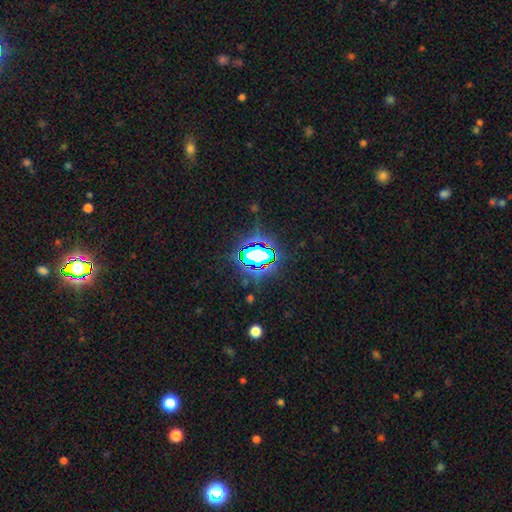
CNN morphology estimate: smooth-or-featured: star or artifact: 73% | smooth: 16% | featured or disk: 12%